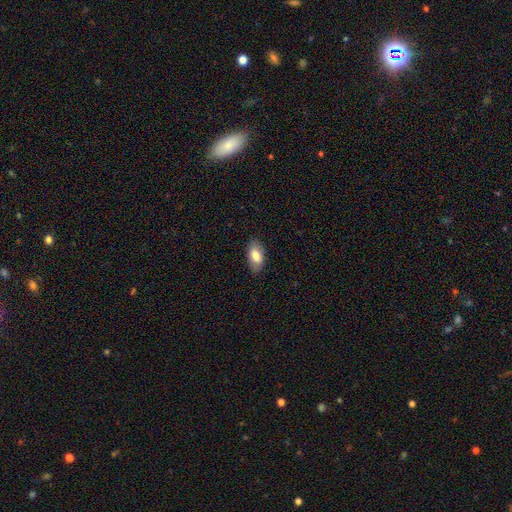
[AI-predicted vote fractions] A smooth galaxy with no disk features (79%) that is in between round and cigar-shaped (93%).

Vote fractions:
- Smooth or featured? smooth: 79% / featured or disk: 14% / star or artifact: 6%
- How rounded? in between: 93% / round: 4% / cigar-shaped: 4%
- Merging? none: 85% / minor disturbance: 12% / major disturbance: 3% / merger: 1%